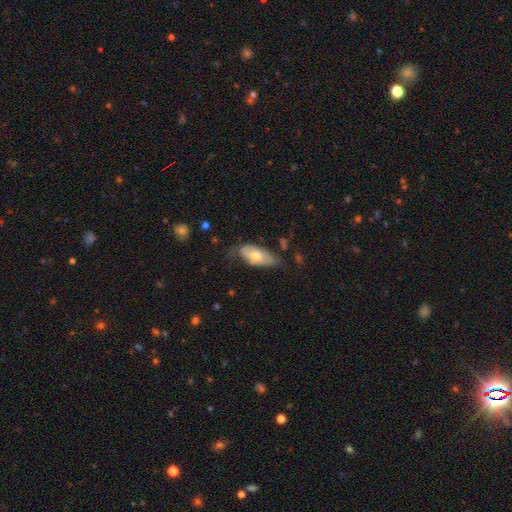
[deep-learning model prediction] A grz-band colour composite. It shows a smooth galaxy with no disk features (61%) that is in between round and cigar-shaped (90%). Merging: none (51%).